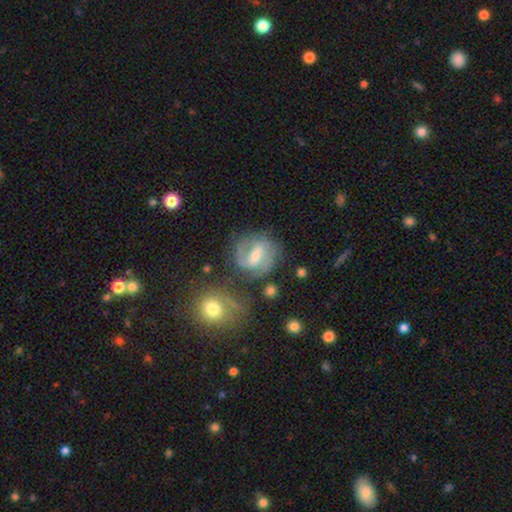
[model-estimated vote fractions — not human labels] Smooth or featured? Predicted: featured or disk (p=0.75). Edge-on disk? Predicted: no (p=0.96). Bar? Predicted: strong (p=0.45). Spiral arms? Predicted: yes (p=0.88). Spiral winding? Predicted: medium (p=0.47). Spiral arm count? Predicted: 2 (p=0.72). Bulge size? Predicted: moderate (p=0.50). Merging? Predicted: none (p=0.63).